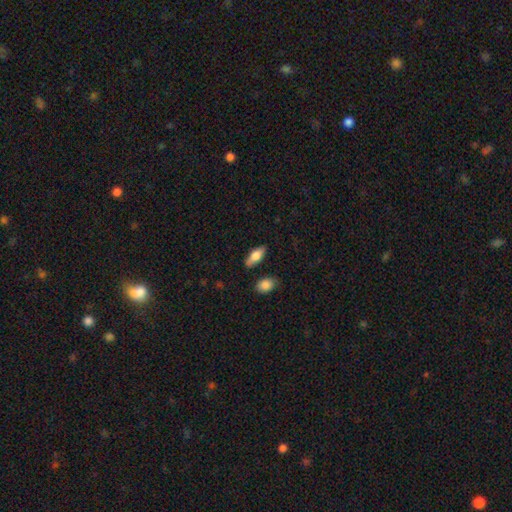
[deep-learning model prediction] Morphology: type=smooth (74%); roundness=in between (79%); merging=none (78%).